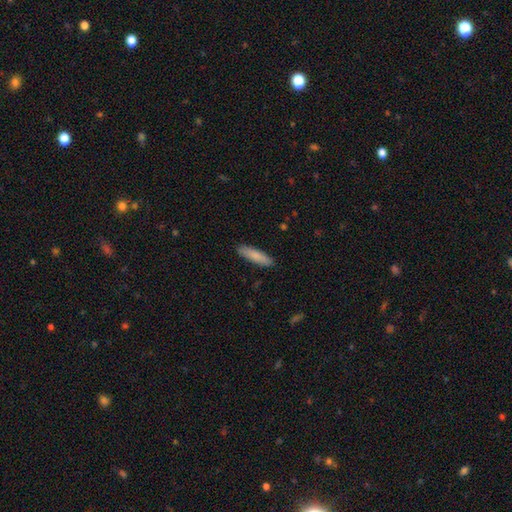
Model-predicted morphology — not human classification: Smooth or featured? Predicted: smooth (p=0.82). How rounded? Predicted: cigar-shaped (p=0.70). Merging? Predicted: none (p=0.89).